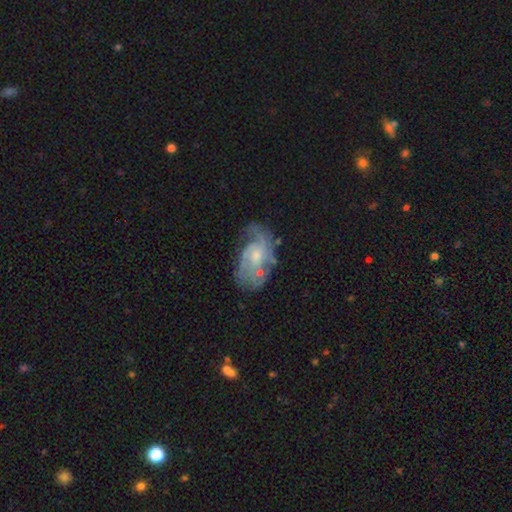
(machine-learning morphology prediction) featured or disk 82%, smooth 12%, star or artifact 6%. Down the decision tree: edge-on disk — no (97%); bar — no (66%); spiral arms — yes (91%); spiral arm count — 2 (33%); spiral winding — medium (43%); bulge size — small (57%); merging — none (53%).